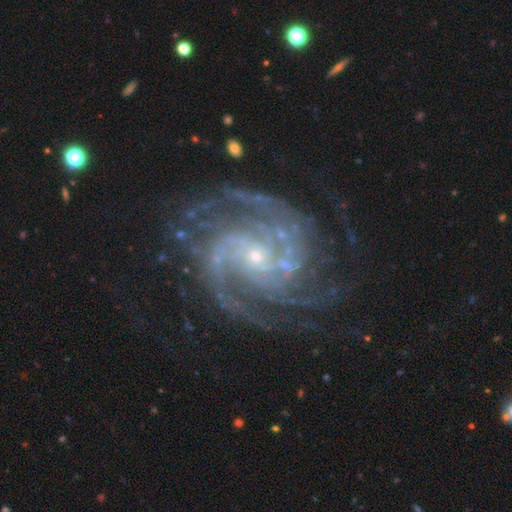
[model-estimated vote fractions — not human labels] Q: Smooth or featured?
A: featured or disk (92%); runner-up: star or artifact (6%)
Q: Edge-on disk?
A: no (98%); runner-up: yes (2%)
Q: Bar?
A: no (59%); runner-up: weak (30%)
Q: Spiral arms?
A: yes (99%); runner-up: no (1%)
Q: Spiral winding?
A: tight (51%); runner-up: medium (43%)
Q: Spiral arm count?
A: 2 (32%); runner-up: 3 (23%)
Q: Bulge size?
A: small (82%); runner-up: moderate (13%)
Q: Merging?
A: none (74%); runner-up: minor disturbance (15%)